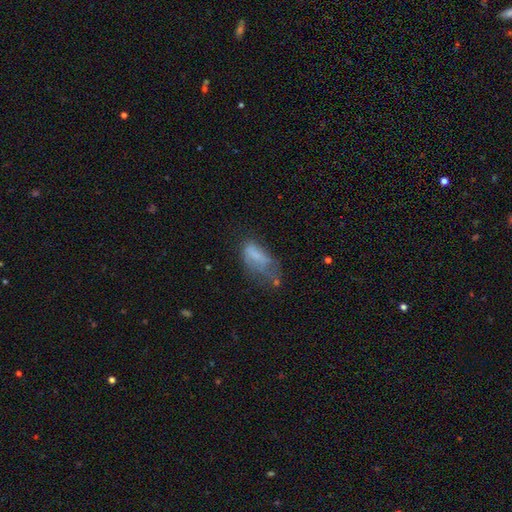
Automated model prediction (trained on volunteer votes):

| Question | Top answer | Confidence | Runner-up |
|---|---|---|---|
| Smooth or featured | smooth | 58% | featured or disk (30%) |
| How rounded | in between | 84% | cigar-shaped (13%) |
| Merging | major disturbance | 40% | minor disturbance (29%) |